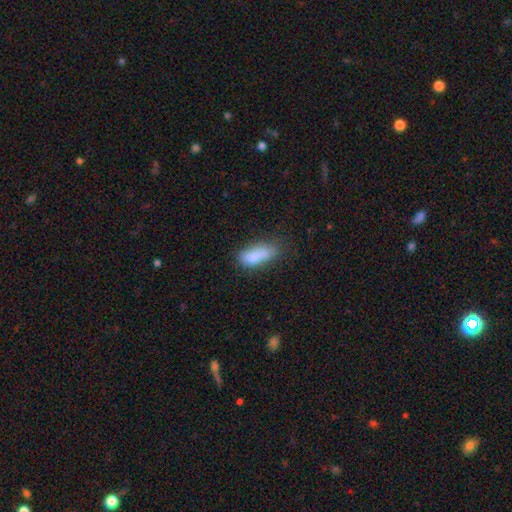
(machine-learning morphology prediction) Smooth or featured? Predicted: smooth (p=0.81). How rounded? Predicted: in between (p=0.80). Merging? Predicted: none (p=0.48).